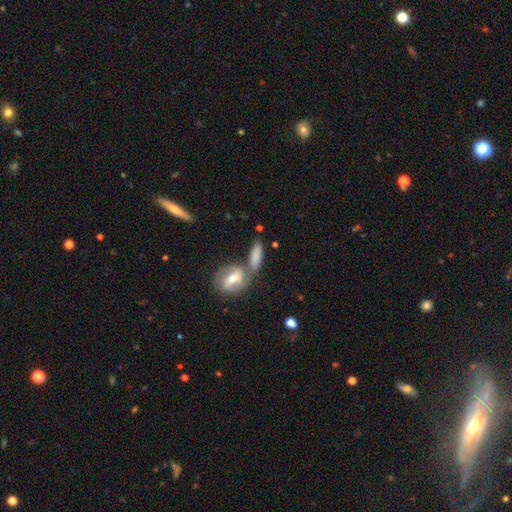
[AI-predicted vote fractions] smooth-or-featured: smooth: 74% | featured or disk: 20% | star or artifact: 7%
  how-rounded: in between: 63% | cigar-shaped: 32% | round: 6%
  merging: merger: 42% (tied) | none: 42% (tied) | minor disturbance: 12% | major disturbance: 5%